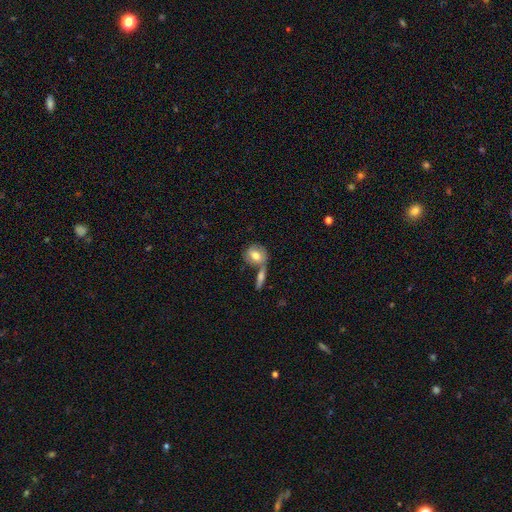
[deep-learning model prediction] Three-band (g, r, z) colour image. It shows a smooth galaxy with no disk features (68%) that is round (62%). Merging: none (50%).